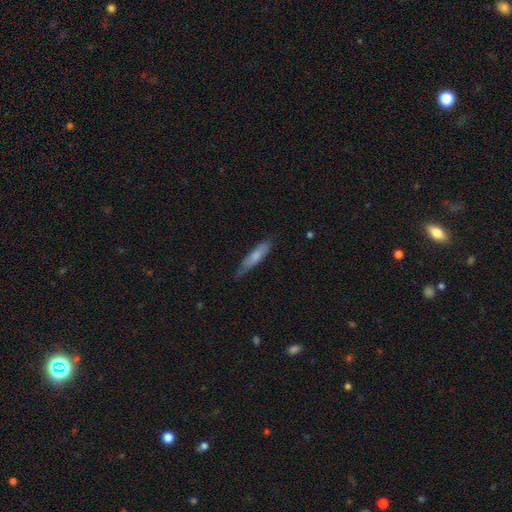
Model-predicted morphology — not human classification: This appears to be a smooth galaxy with no disk features (68%) that is cigar-shaped (81%). Merging: none (67%).